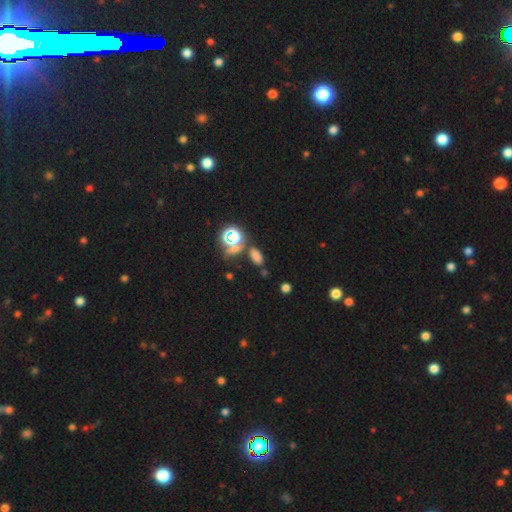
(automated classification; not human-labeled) smooth 67%, star or artifact 25%, featured or disk 7%. Down the decision tree: how rounded — in between (81%); merging — none (70%).